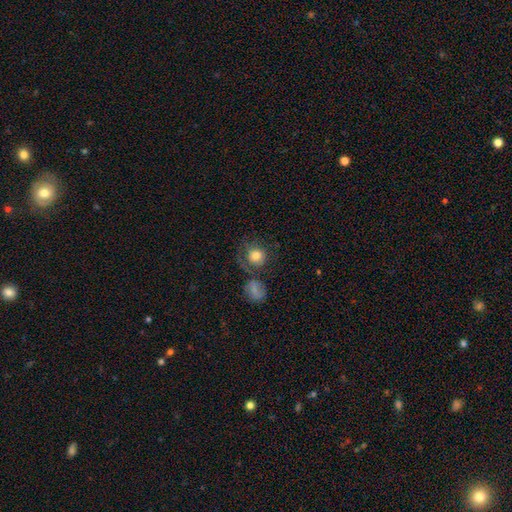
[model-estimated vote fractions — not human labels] Smooth or featured: smooth — 74% (featured or disk — 16%)
How rounded: round — 79% (in between — 20%)
Merging: none — 47% (minor disturbance — 19%)